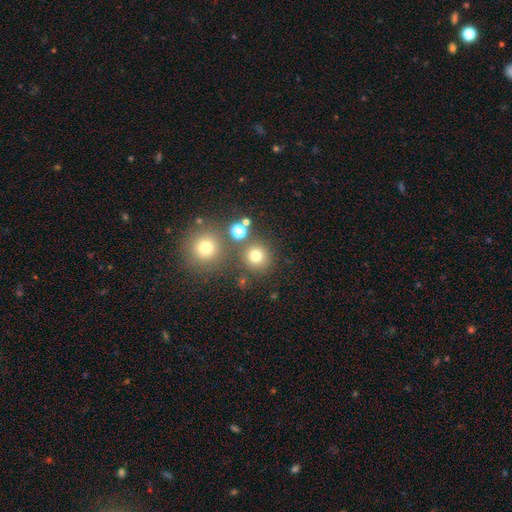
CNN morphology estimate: This appears to be a smooth galaxy with no disk features (74%) that is round (91%). Merging: none (77%).